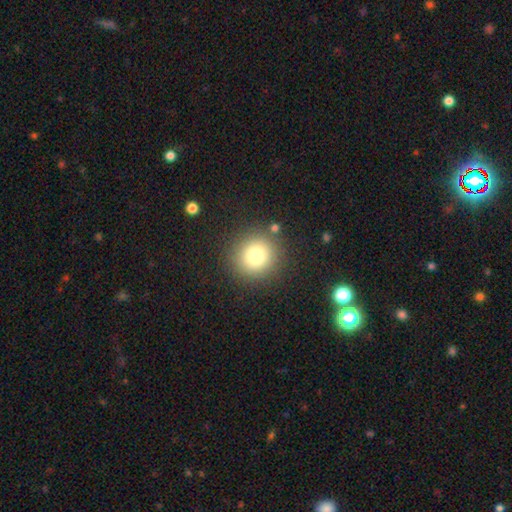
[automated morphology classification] Q: Smooth or featured?
A: smooth (76%); runner-up: star or artifact (14%)
Q: How rounded?
A: round (93%); runner-up: in between (6%)
Q: Merging?
A: none (87%); runner-up: minor disturbance (7%)